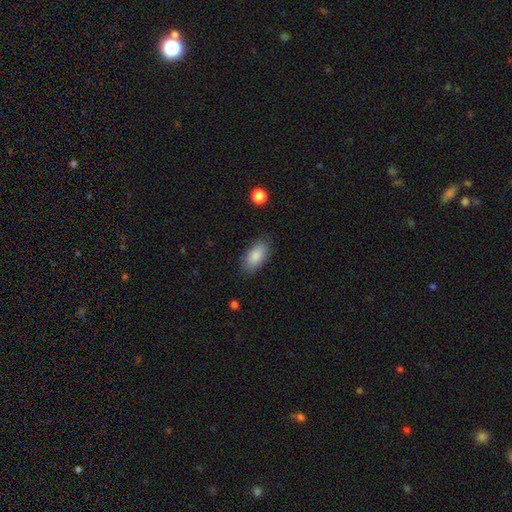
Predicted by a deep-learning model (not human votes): smooth 86%, featured or disk 7%, star or artifact 7%. Down the decision tree: how rounded — in between (92%); merging — none (84%).